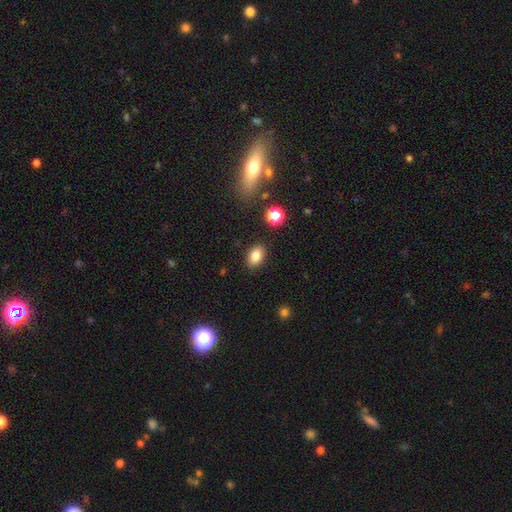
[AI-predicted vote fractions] smooth-or-featured: smooth: 82% | star or artifact: 10% | featured or disk: 7%
  how-rounded: in between: 83% | round: 16% | cigar-shaped: 1%
  merging: none: 87% | minor disturbance: 9% | major disturbance: 2% | merger: 2%